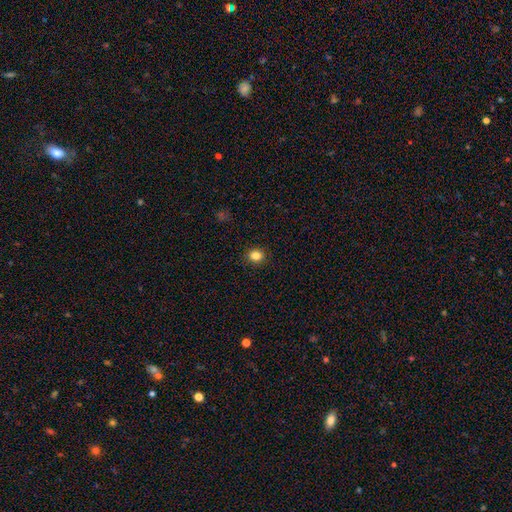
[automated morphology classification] smooth 84%, star or artifact 12%, featured or disk 5%. Down the decision tree: how rounded — round (73%); merging — none (91%).